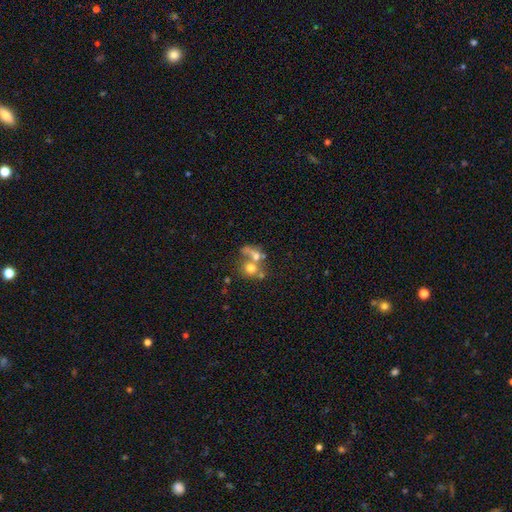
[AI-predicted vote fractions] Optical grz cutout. It shows a smooth galaxy with no disk features (57%) that is round (68%). Merging: merger (58%).